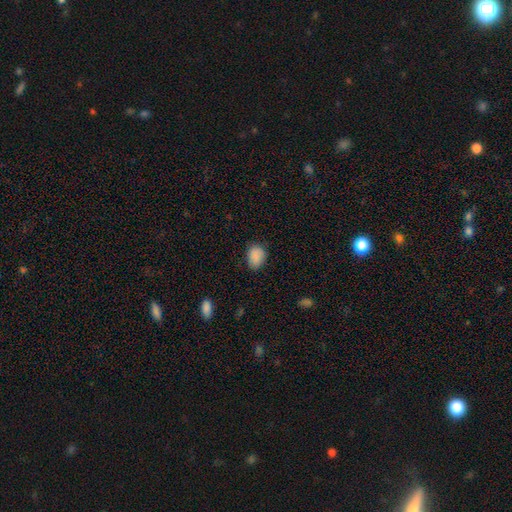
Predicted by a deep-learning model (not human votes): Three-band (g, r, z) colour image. It shows a smooth galaxy with no disk features (87%) that is in between round and cigar-shaped (67%). Merging: none (74%).